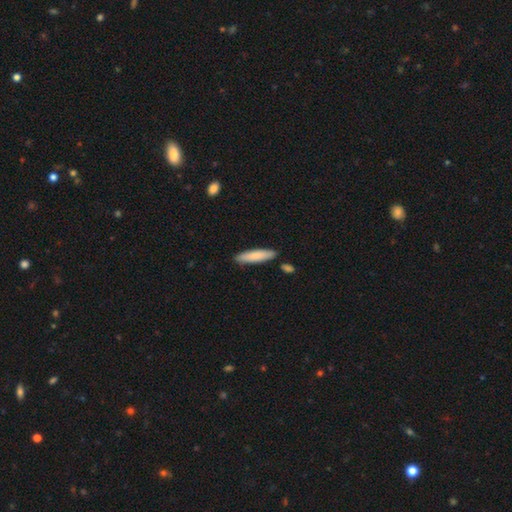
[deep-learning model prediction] smooth-or-featured: smooth: 81% | featured or disk: 13% | star or artifact: 5%
  how-rounded: cigar-shaped: 78% | in between: 20% | round: 1%
  merging: none: 86% | minor disturbance: 9% | merger: 3% | major disturbance: 2%